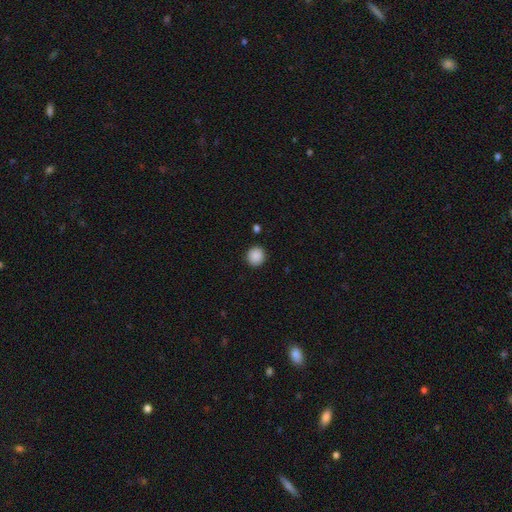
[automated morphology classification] A smooth galaxy with no disk features (89%) that is round (90%).

Vote fractions:
- Smooth or featured? smooth: 89% / star or artifact: 9% / featured or disk: 3%
- How rounded? round: 90% / in between: 9% / cigar-shaped: 1%
- Merging? none: 91% / minor disturbance: 6% / major disturbance: 2% / merger: 2%